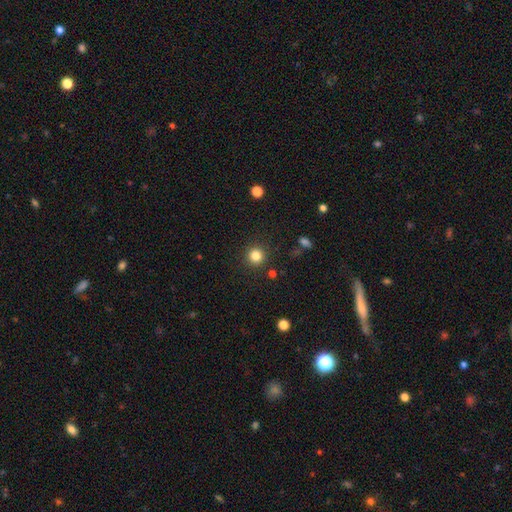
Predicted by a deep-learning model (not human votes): Smooth or featured?
  - smooth: 83% *
  - star or artifact: 12%
  - featured or disk: 5%
How rounded?
  - round: 95% *
  - in between: 4%
  - cigar-shaped: 1%
Merging?
  - none: 91% *
  - minor disturbance: 6%
  - major disturbance: 2%
  - merger: 2%